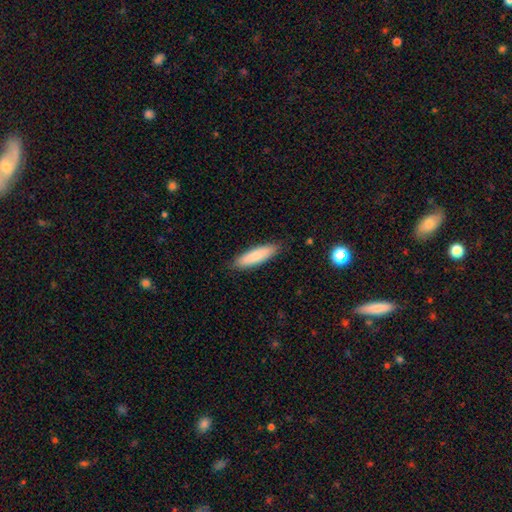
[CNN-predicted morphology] type=smooth (83%); roundness=cigar-shaped (67%); merging=none (87%).